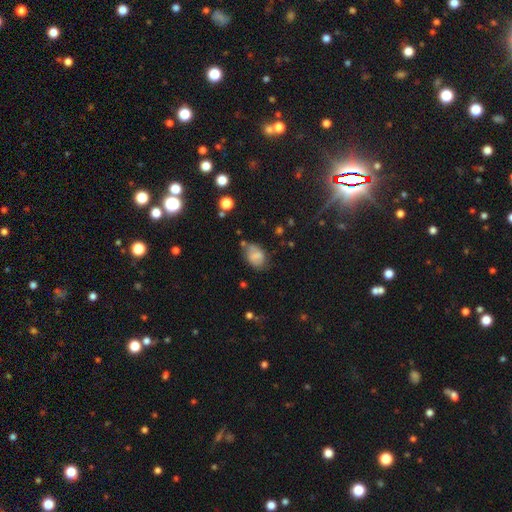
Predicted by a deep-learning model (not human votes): Smooth or featured? smooth (68%)
How rounded? in between (79%)
Merging? none (54%)